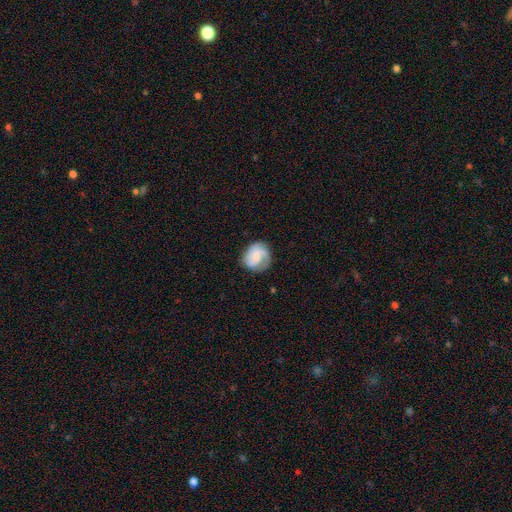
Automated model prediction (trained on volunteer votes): Morphology: type=featured or disk (64%); edge-on=no (98%); bar=no (53%); spiral arms=yes (93%); winding=medium (42%, tied with tight); arm count=2 (50%); bulge=small (53%); merging=none (72%).